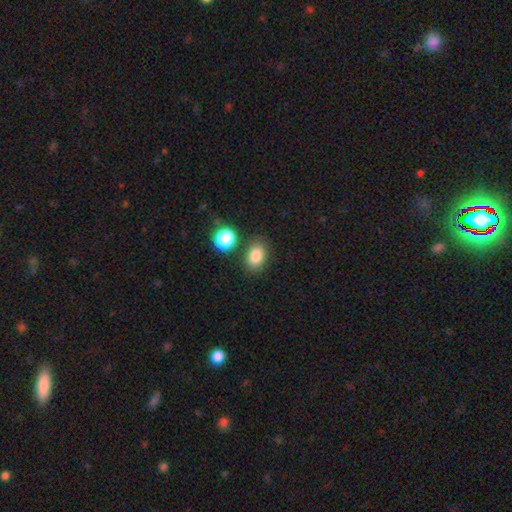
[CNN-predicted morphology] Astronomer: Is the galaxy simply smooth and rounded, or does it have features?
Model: smooth — 84%.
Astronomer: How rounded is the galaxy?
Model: in between — 78%.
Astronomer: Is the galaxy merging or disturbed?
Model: none — 78%.